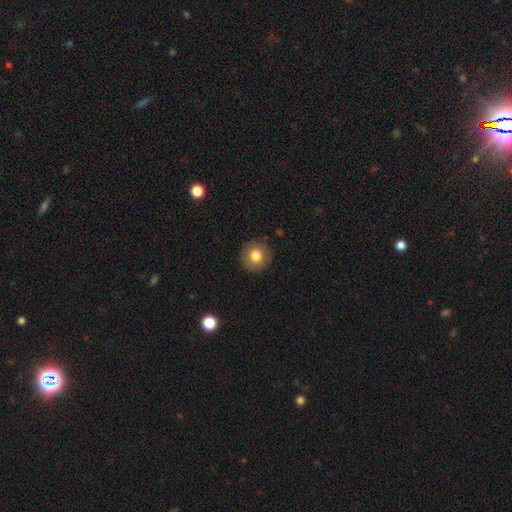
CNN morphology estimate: The model was most divided on "smooth or featured": smooth: 80%, featured or disk: 11%, star or artifact: 9%. More confident: how rounded — round (92%); merging — none (90%).